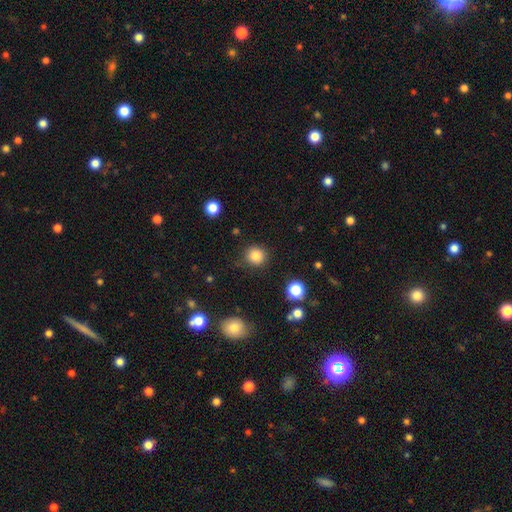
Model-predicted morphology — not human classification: Smooth or featured? smooth (84%)
How rounded? round (91%)
Merging? none (86%)